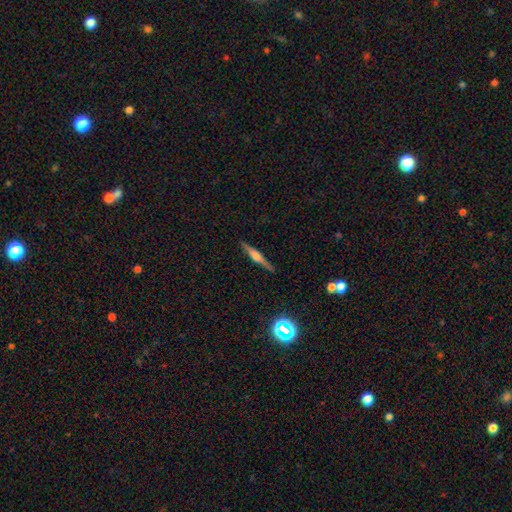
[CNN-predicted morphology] Smooth or featured? featured or disk (74%)
Edge-on disk? yes (98%)
Edge-on bulge? rounded (76%)
Merging? none (90%)